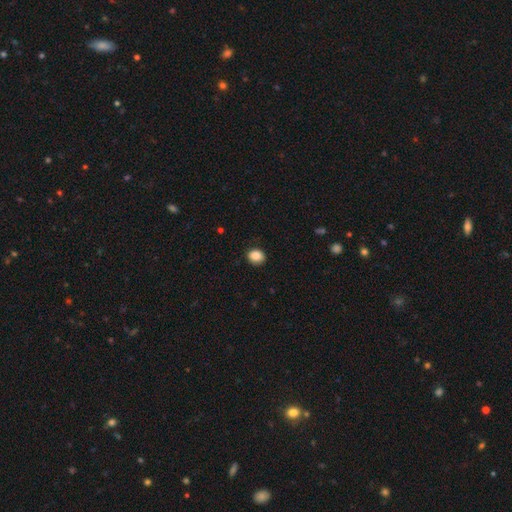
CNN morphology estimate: Smooth or featured? Predicted: smooth (p=0.88). How rounded? Predicted: round (p=0.59). Merging? Predicted: none (p=0.87).